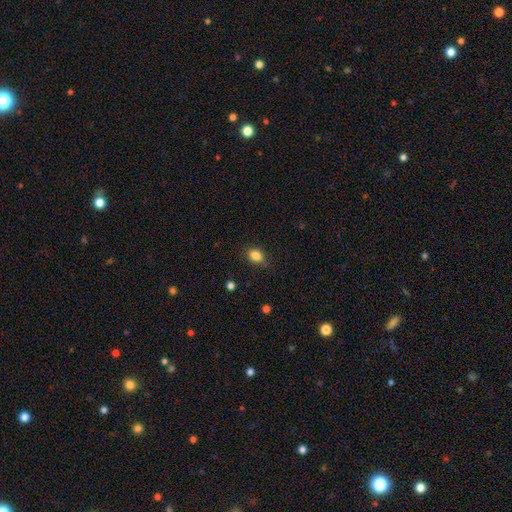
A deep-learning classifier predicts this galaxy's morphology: smooth_or_featured: smooth (p=0.84) [alt: star or artifact p=0.10]
how_rounded: in between (p=0.69) [alt: round p=0.30]
merging: none (p=0.76) [alt: minor disturbance p=0.18]